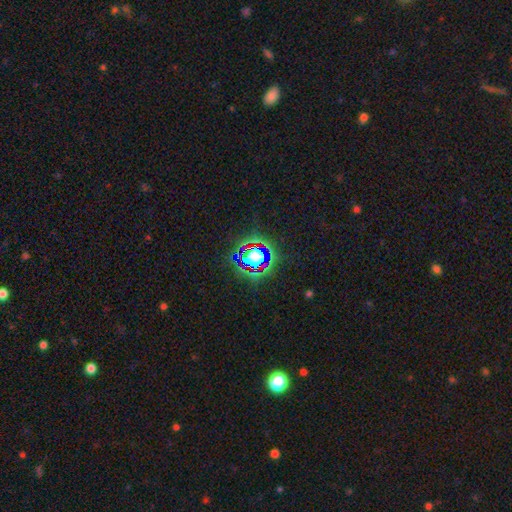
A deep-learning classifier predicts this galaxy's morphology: smooth_or_featured: star or artifact (p=0.81) [alt: smooth p=0.11]